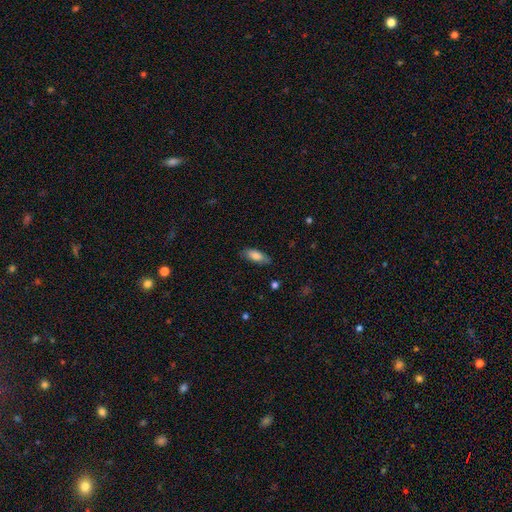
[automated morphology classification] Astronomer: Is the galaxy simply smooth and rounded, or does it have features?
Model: smooth — 79%.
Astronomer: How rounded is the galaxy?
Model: in between — 80%.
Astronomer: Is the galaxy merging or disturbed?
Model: none — 80%.